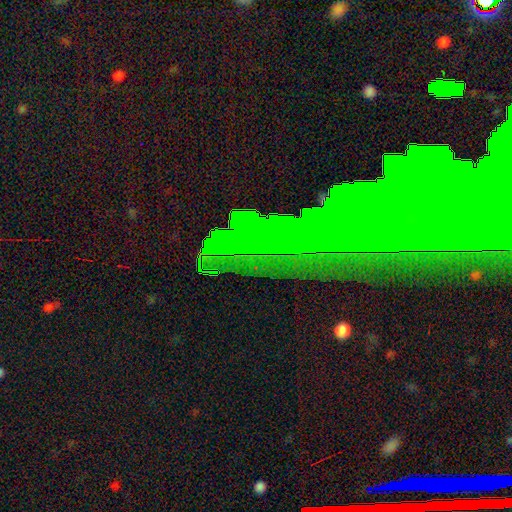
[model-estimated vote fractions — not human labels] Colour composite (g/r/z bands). It shows a star or artifact, not a galaxy (64%).